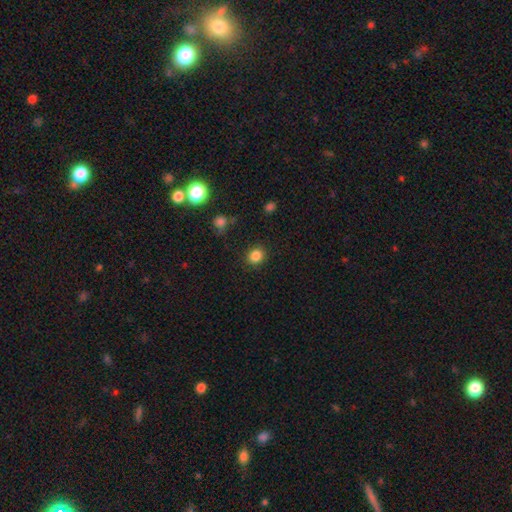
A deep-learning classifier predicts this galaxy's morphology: type=smooth (85%); roundness=round (77%); merging=none (89%).